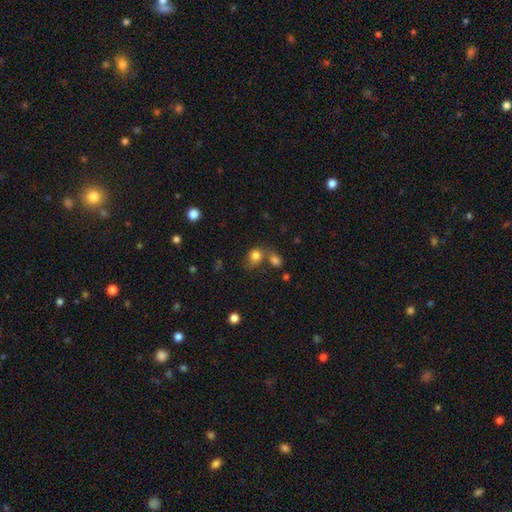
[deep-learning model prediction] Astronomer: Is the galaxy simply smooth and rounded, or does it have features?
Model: smooth — 81%.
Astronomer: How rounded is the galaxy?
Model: round — 56% (runner-up: in between, 43%).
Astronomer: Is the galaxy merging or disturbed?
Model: none — 44% (runner-up: merger, 34%).